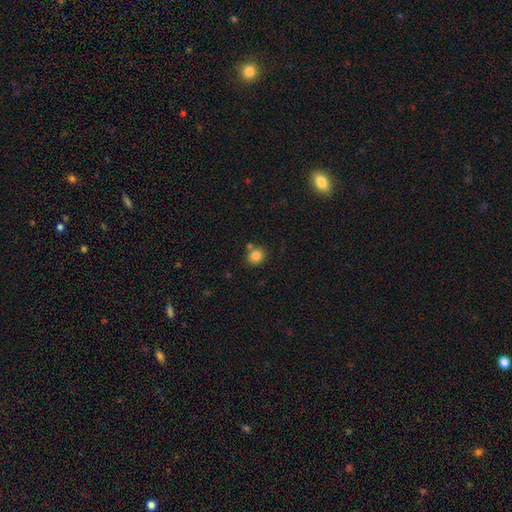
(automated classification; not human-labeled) Smooth or featured? smooth (83%)
How rounded? round (80%)
Merging? none (73%)